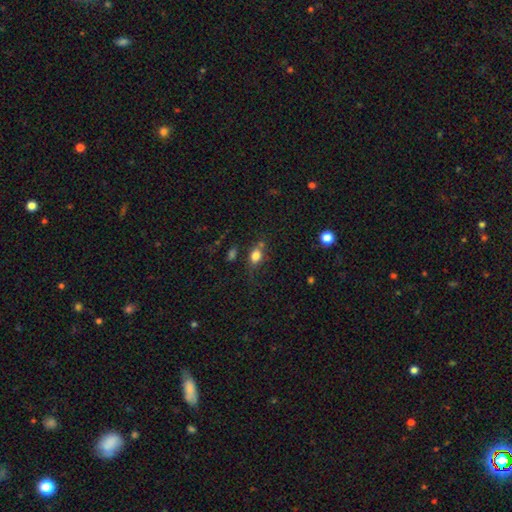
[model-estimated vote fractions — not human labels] This appears to be a smooth galaxy with no disk features (80%) that is in between round and cigar-shaped (67%). Merging: none (60%).